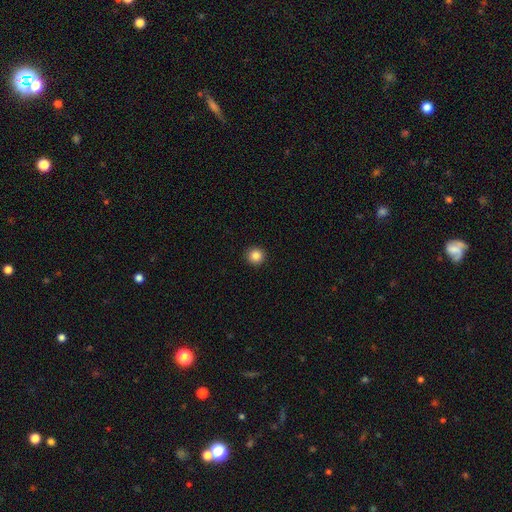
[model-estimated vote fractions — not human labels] Smooth or featured? smooth (85%)
How rounded? round (95%)
Merging? none (94%)